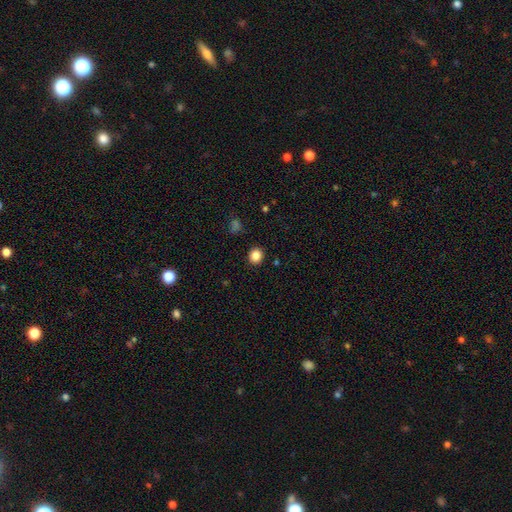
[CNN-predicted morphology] A smooth galaxy with no disk features (85%) that is round (84%). Merging: none (91%).